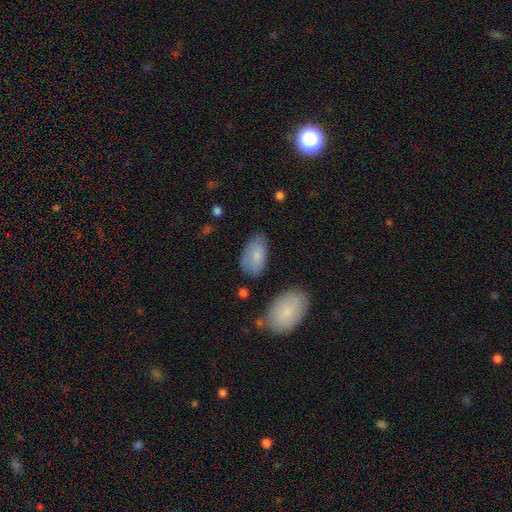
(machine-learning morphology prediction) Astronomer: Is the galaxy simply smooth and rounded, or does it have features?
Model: smooth — 76%.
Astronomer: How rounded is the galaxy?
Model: in between — 94%.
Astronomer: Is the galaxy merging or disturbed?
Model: none — 63%.